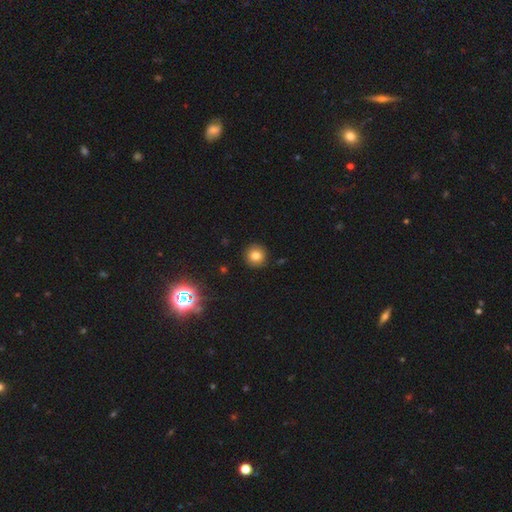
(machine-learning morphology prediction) A smooth galaxy with no disk features (79%) that is round (94%). Merging: none (91%).